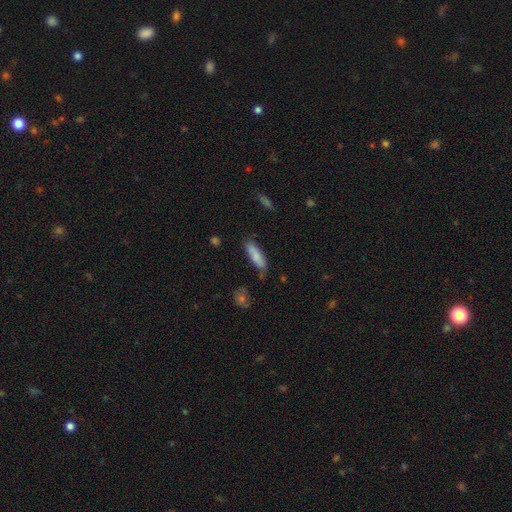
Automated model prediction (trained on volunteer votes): This is clearly a smooth galaxy (83%). How rounded: possibly cigar-shaped (53%). Merging: likely none (76%).